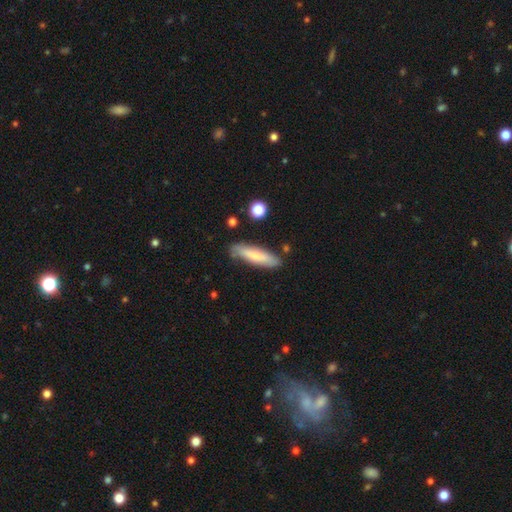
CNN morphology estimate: This is likely a smooth galaxy (71%). How rounded: likely cigar-shaped (75%). Merging: clearly none (81%).